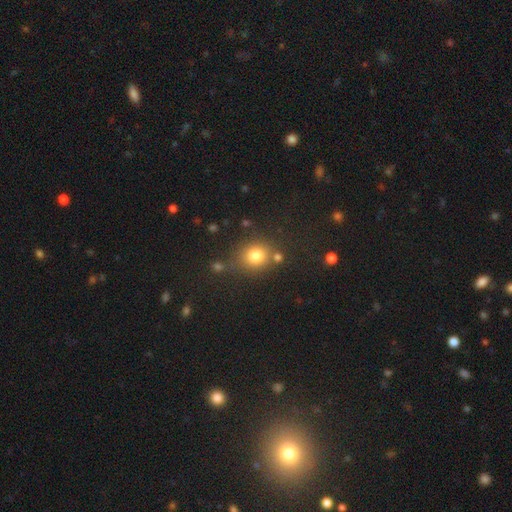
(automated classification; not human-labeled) Smooth or featured?
  - smooth: 78% *
  - star or artifact: 14%
  - featured or disk: 8%
How rounded?
  - round: 77% *
  - in between: 22%
  - cigar-shaped: 1%
Merging?
  - none: 70% *
  - minor disturbance: 13%
  - merger: 12%
  - major disturbance: 5%